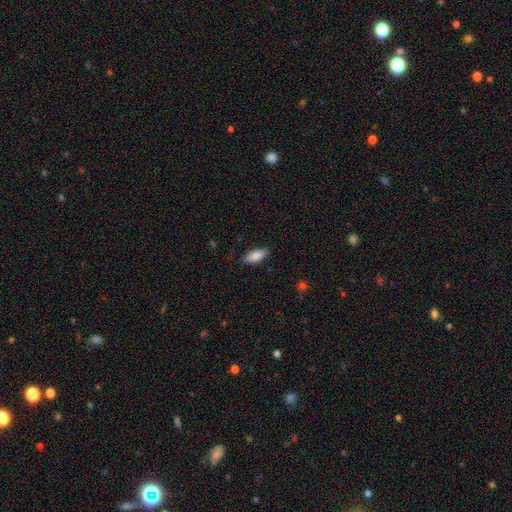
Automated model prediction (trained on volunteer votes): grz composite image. It shows a smooth galaxy with no disk features (85%) that is in between round and cigar-shaped (78%). Merging: none (85%).